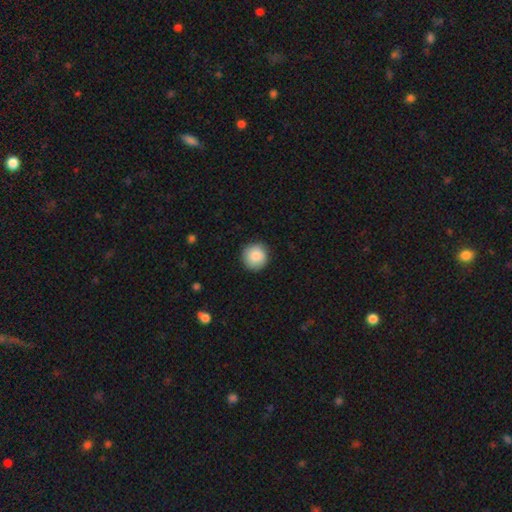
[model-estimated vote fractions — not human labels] This appears to be a smooth galaxy with no disk features (88%) that is round (95%). Merging: none (89%).